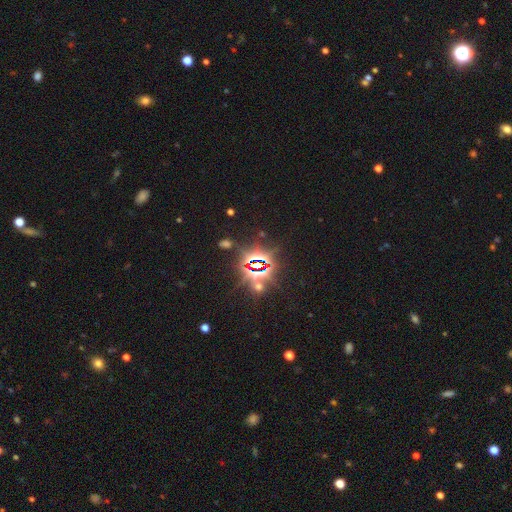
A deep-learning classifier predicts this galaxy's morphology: Smooth or featured: star or artifact — 84% (smooth — 8%)